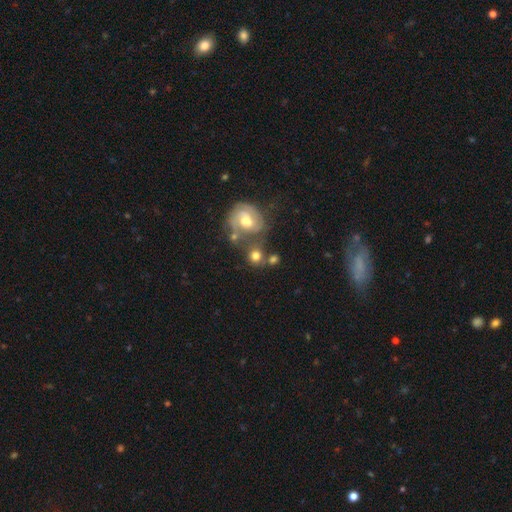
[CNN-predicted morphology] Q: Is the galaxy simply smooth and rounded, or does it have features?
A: smooth — 67%.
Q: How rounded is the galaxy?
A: round — 81%.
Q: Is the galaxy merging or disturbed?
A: none — 50%.